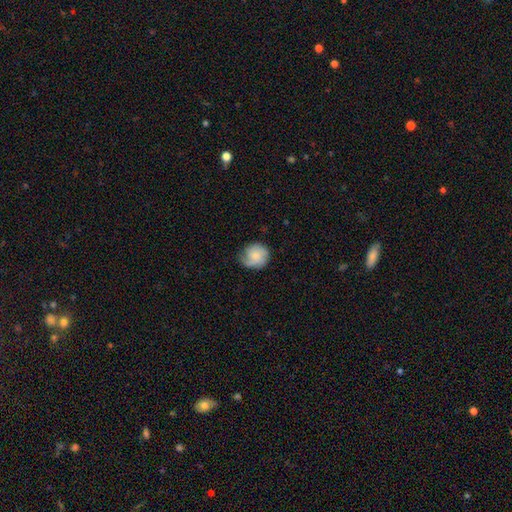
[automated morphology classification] This is possibly a smooth galaxy (57%). How rounded: clearly round (82%). Merging: likely none (60%).